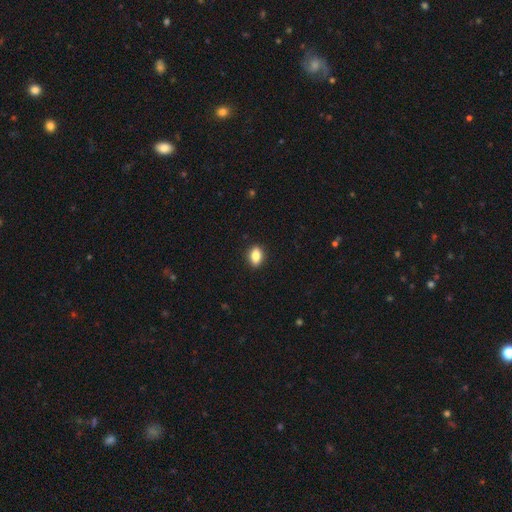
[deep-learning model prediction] Smooth or featured: smooth — 82% (featured or disk — 9%)
How rounded: in between — 82% (round — 15%)
Merging: none — 90% (minor disturbance — 8%)